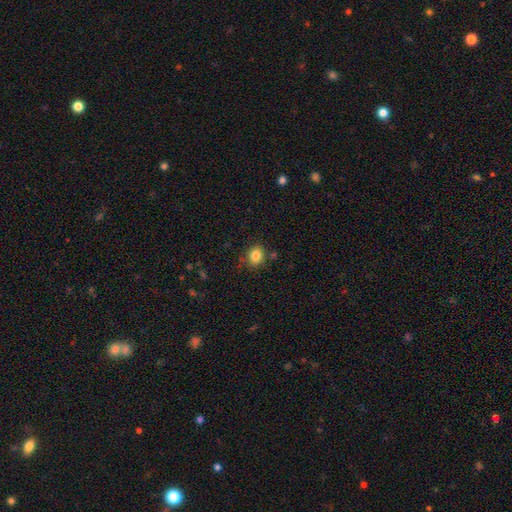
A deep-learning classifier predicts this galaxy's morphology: smooth-or-featured: smooth: 84% | star or artifact: 10% | featured or disk: 6%
  how-rounded: round: 60% | in between: 39% | cigar-shaped: 1%
  merging: none: 81% | minor disturbance: 12% | merger: 4% | major disturbance: 3%